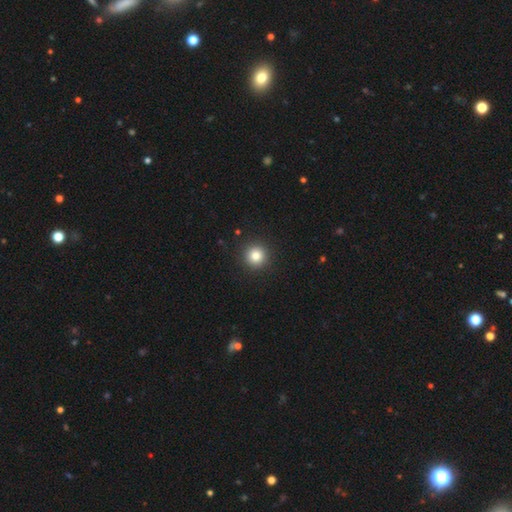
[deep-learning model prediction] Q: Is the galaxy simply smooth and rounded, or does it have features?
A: smooth — 83%.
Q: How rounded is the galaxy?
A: round — 96%.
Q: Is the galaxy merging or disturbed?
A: none — 93%.